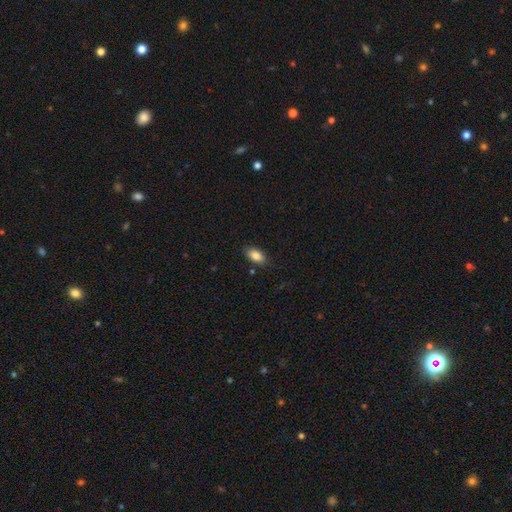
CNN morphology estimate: Overall: smooth (85%). How rounded: in between (91%). Merging: none (85%).